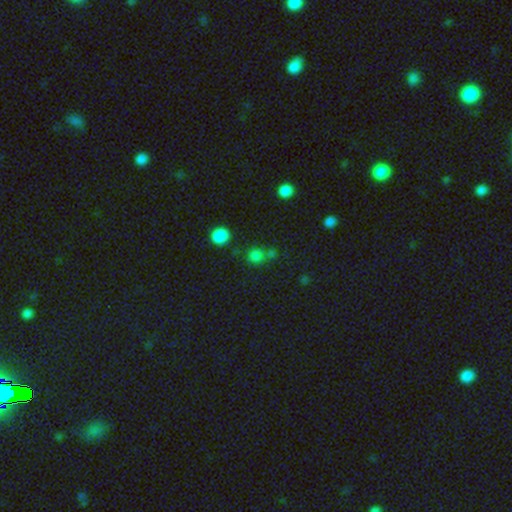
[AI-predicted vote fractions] A smooth galaxy with no disk features (76%) that is round (87%). Merging: none (68%).